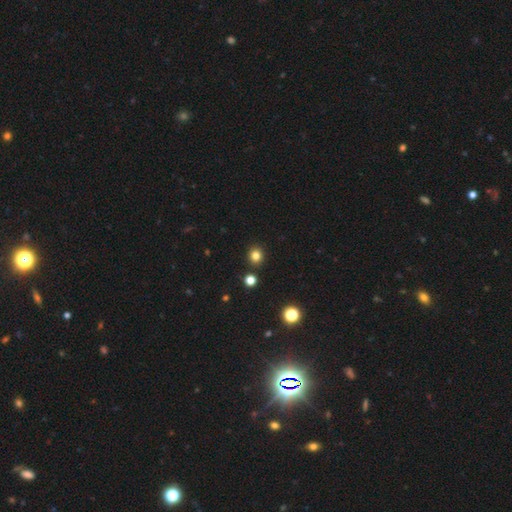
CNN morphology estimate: smooth 81%, star or artifact 14%, featured or disk 5%. Down the decision tree: how rounded — round (86%); merging — none (90%).